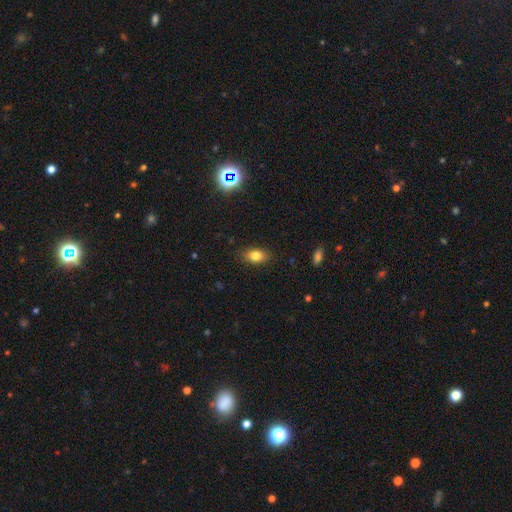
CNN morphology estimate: A smooth galaxy with no disk features (81%) that is in between round and cigar-shaped (83%).

Vote fractions:
- Smooth or featured? smooth: 81% / star or artifact: 10% / featured or disk: 9%
- How rounded? in between: 83% / round: 13% / cigar-shaped: 4%
- Merging? none: 85% / minor disturbance: 11% / major disturbance: 3% / merger: 1%